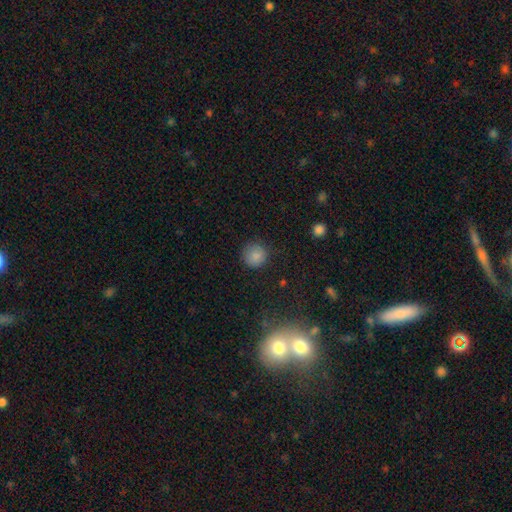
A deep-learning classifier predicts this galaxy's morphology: A smooth galaxy with no disk features (85%) that is round (94%).

Vote fractions:
- Smooth or featured? smooth: 85% / star or artifact: 11% / featured or disk: 4%
- How rounded? round: 94% / in between: 5% / cigar-shaped: 1%
- Merging? none: 86% / minor disturbance: 10% / major disturbance: 3% / merger: 1%